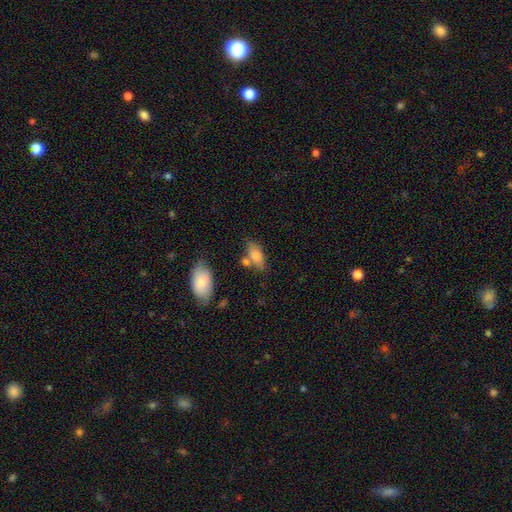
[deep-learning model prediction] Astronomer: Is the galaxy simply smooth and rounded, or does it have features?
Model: smooth — 78%.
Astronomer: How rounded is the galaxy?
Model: in between — 85%.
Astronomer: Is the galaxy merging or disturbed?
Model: none — 55%.